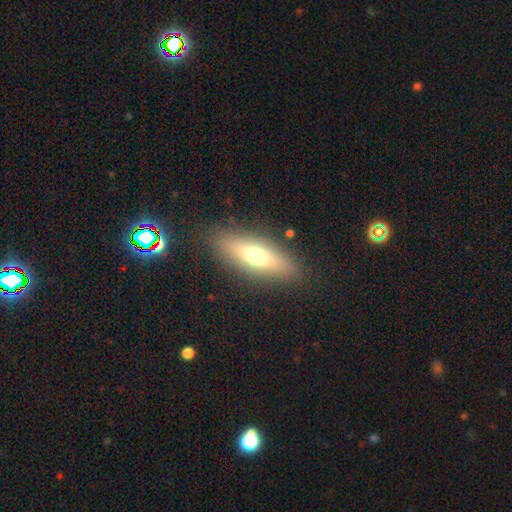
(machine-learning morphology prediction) smooth-or-featured: smooth: 56% | featured or disk: 35% | star or artifact: 8%
  how-rounded: cigar-shaped: 49% (tied) | in between: 49% (tied) | round: 3%
  merging: none: 85% | minor disturbance: 10% | major disturbance: 3% | merger: 2%